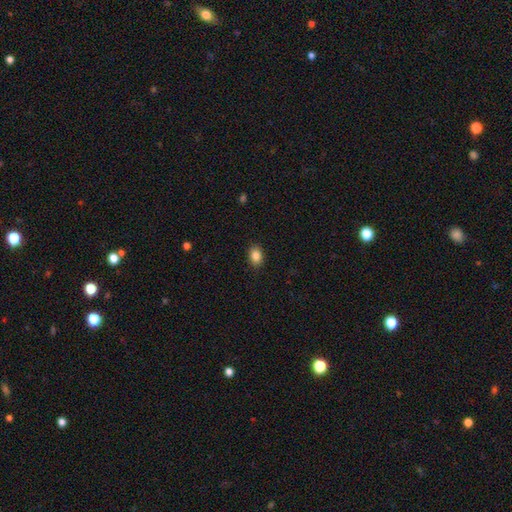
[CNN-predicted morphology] This is clearly a smooth galaxy (87%). How rounded: likely in between (72%). Merging: clearly none (89%).